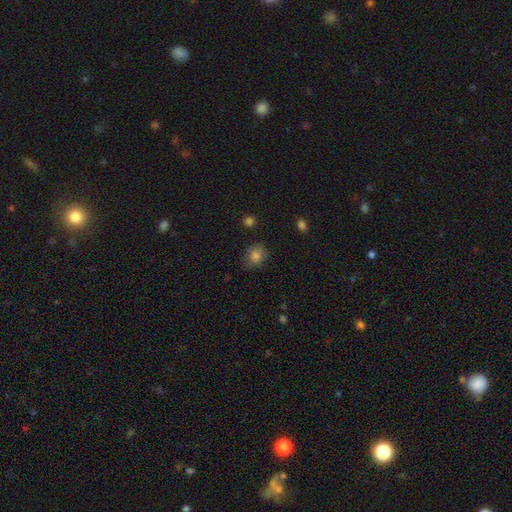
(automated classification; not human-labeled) A smooth galaxy with no disk features (81%) that is round (58%).

Vote fractions:
- Smooth or featured? smooth: 81% / star or artifact: 11% / featured or disk: 8%
- How rounded? round: 58% / in between: 41% / cigar-shaped: 1%
- Merging? none: 73% / minor disturbance: 20% / major disturbance: 5% / merger: 2%